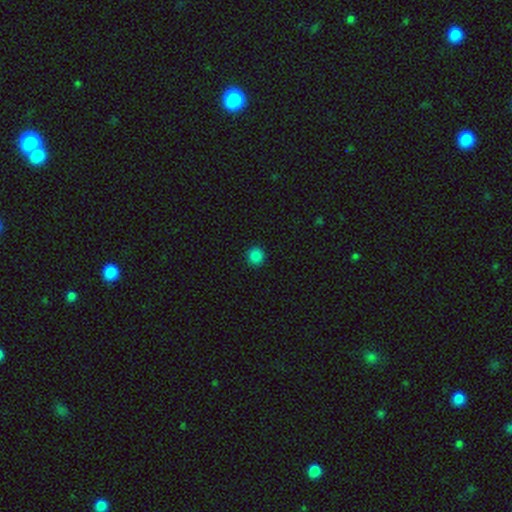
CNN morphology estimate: A smooth galaxy with no disk features (86%) that is round (94%).

Vote fractions:
- Smooth or featured? smooth: 86% / star or artifact: 11% / featured or disk: 3%
- How rounded? round: 94% / in between: 5% / cigar-shaped: 1%
- Merging? none: 93% / minor disturbance: 5% / major disturbance: 2% / merger: 1%